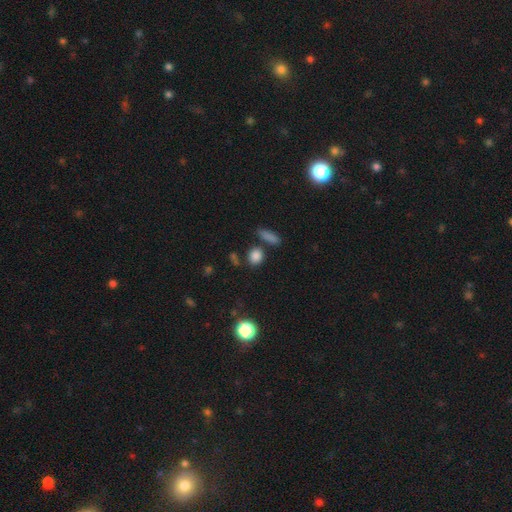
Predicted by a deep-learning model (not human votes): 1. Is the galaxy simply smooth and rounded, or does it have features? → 83% smooth, 12% star or artifact, 5% featured or disk.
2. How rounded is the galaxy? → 58% round, 36% in between, 5% cigar-shaped.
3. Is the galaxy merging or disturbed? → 74% none, 11% merger, 11% minor disturbance, 4% major disturbance.